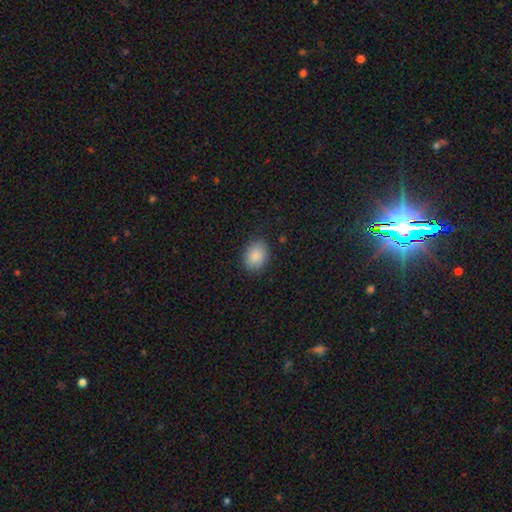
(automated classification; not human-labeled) smooth 88%, star or artifact 8%, featured or disk 5%. Down the decision tree: how rounded — in between (57%); merging — none (85%).